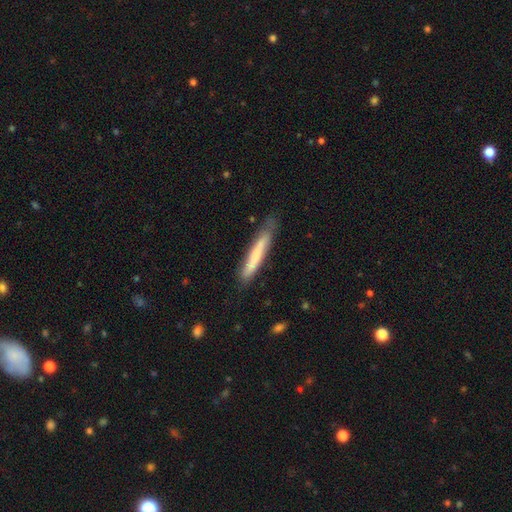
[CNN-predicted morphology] This appears to be a smooth galaxy with no disk features (68%) that is cigar-shaped (95%). Merging: none (72%).